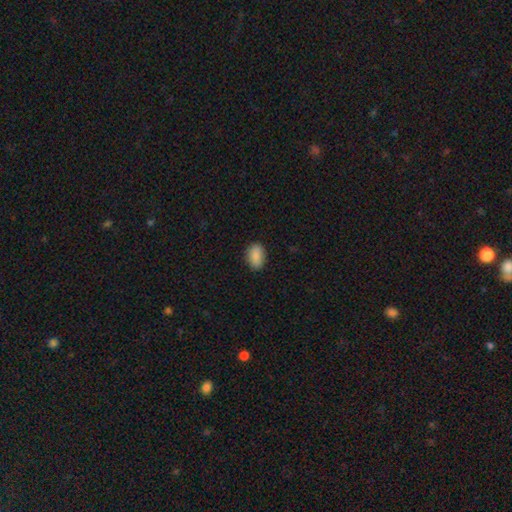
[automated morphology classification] smooth_or_featured: smooth (p=0.87) [alt: star or artifact p=0.07]
how_rounded: in between (p=0.84) [alt: round p=0.14]
merging: none (p=0.85) [alt: minor disturbance p=0.12]